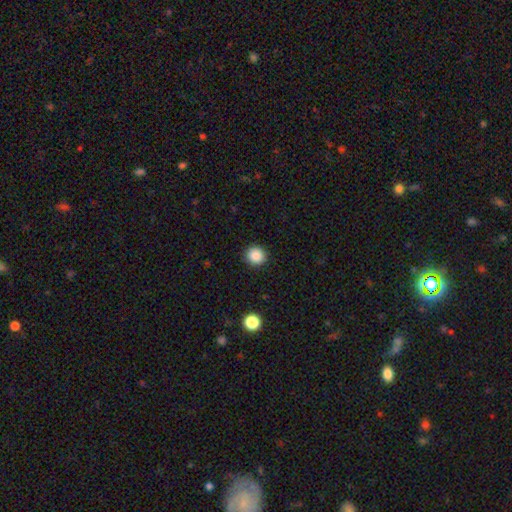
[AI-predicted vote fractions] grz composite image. It shows a smooth galaxy with no disk features (87%) that is round (92%). Merging: none (91%).